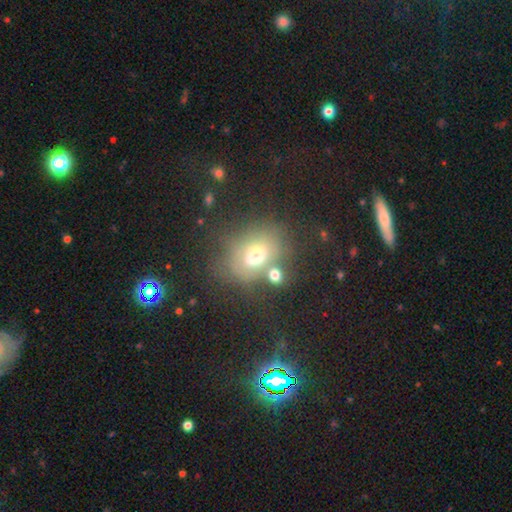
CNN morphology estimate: Overall: smooth (64%). How rounded: in between (62%; round 37%). Merging: none (54%; merger 18%).